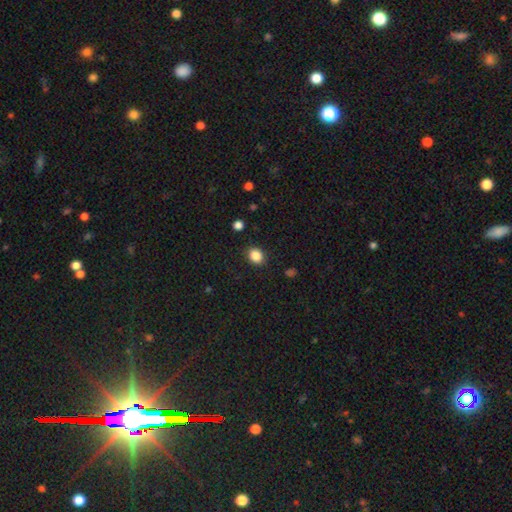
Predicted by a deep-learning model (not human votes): This appears to be a smooth galaxy with no disk features (86%) that is round (55%). Merging: none (87%).